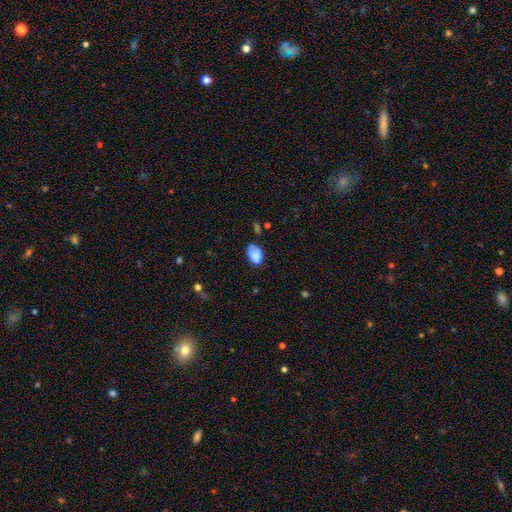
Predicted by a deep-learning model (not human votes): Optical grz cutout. It shows a smooth galaxy with no disk features (81%) that is in between round and cigar-shaped (87%). Merging: none (47%).